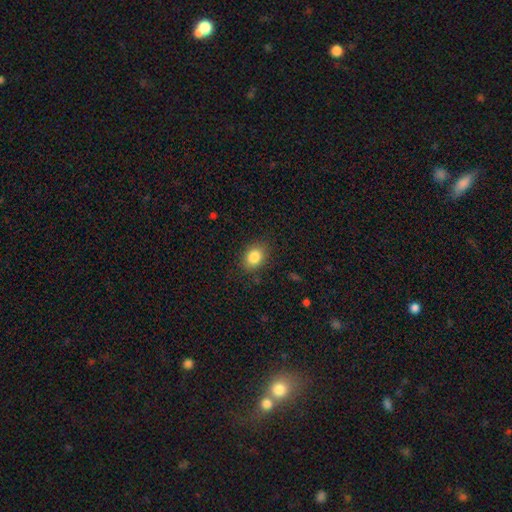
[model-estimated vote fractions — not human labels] The model was most divided on "how rounded": in between: 64%, round: 35%, cigar-shaped: 1%. More confident: merging — none (85%); smooth or featured — smooth (84%).